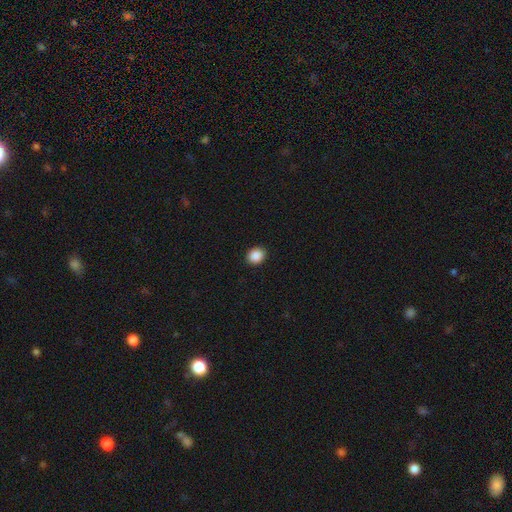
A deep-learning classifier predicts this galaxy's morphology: Smooth or featured? smooth (89%)
How rounded? round (68%)
Merging? none (92%)